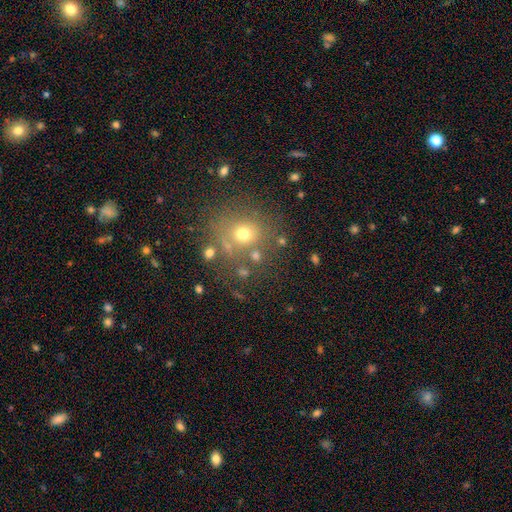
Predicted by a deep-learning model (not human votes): A smooth galaxy with no disk features (63%) that is round (84%). Merging: none (71%).